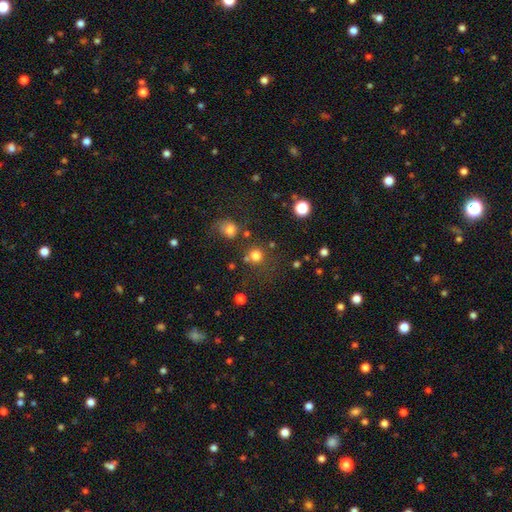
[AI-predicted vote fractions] Overall: smooth (77%). How rounded: round (91%). Merging: none (70%).